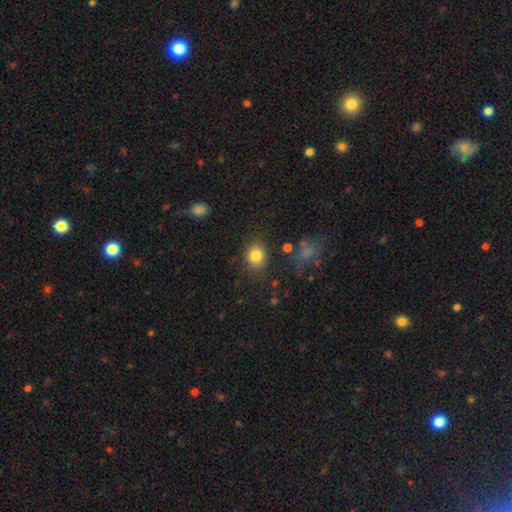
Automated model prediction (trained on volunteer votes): Smooth or featured? Predicted: smooth (p=0.83). How rounded? Predicted: round (p=0.66). Merging? Predicted: none (p=0.81).